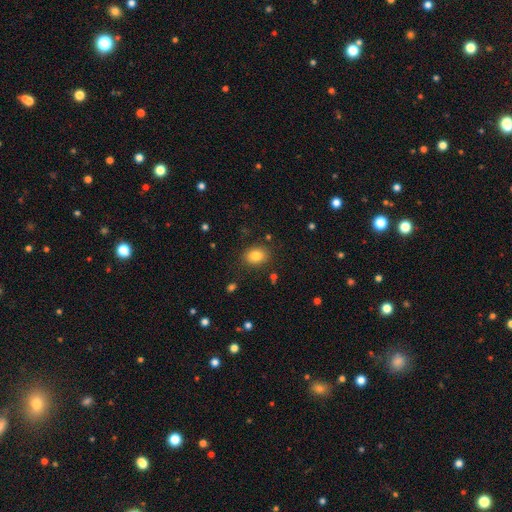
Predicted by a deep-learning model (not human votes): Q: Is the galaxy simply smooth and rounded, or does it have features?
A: smooth — 82%.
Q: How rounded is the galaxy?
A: in between — 65%.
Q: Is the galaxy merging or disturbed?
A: none — 85%.